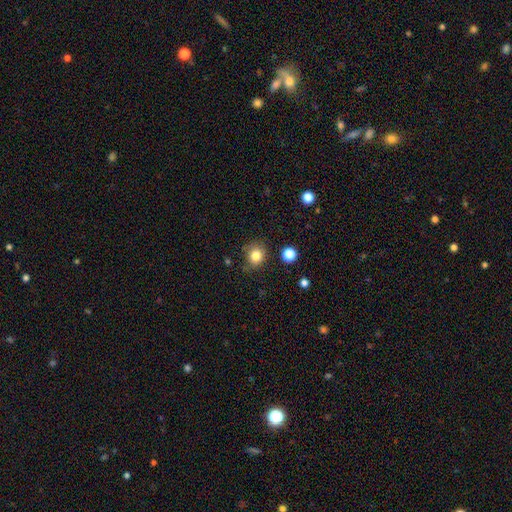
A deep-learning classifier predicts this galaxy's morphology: smooth 82%, star or artifact 11%, featured or disk 6%. Down the decision tree: how rounded — round (74%); merging — none (78%).